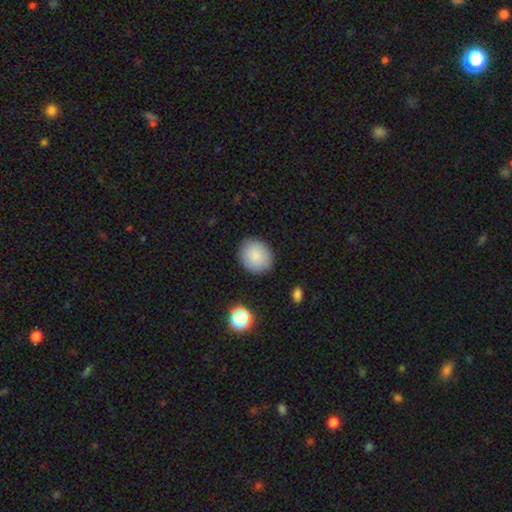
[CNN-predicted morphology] Smooth or featured?
  - smooth: 86% *
  - star or artifact: 8%
  - featured or disk: 6%
How rounded?
  - round: 73% *
  - in between: 27%
  - cigar-shaped: 1%
Merging?
  - none: 87% *
  - minor disturbance: 9%
  - major disturbance: 2%
  - merger: 1%